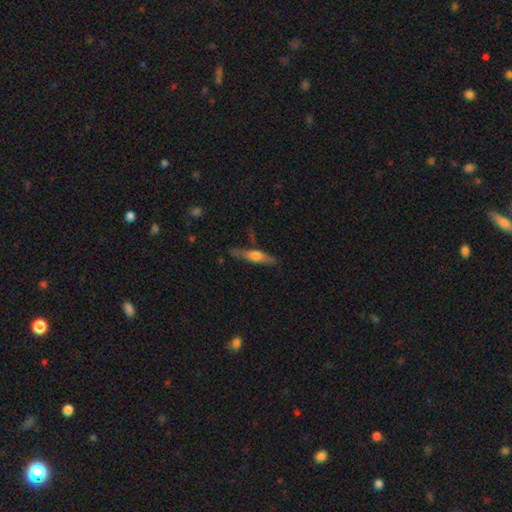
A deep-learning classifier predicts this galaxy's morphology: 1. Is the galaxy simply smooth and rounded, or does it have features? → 50% featured or disk, 44% smooth, 7% star or artifact.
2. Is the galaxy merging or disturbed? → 74% none, 18% minor disturbance, 5% major disturbance, 3% merger.